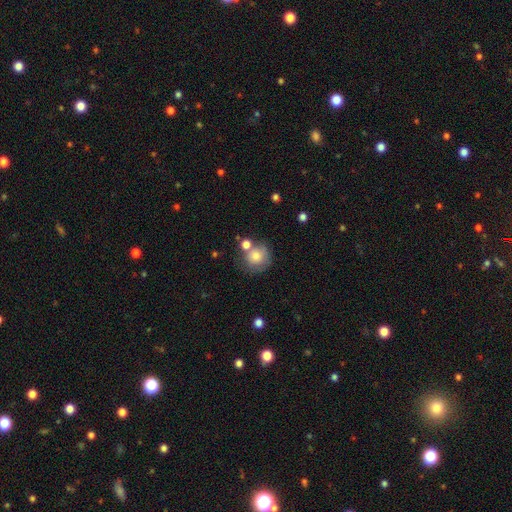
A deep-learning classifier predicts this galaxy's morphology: Smooth or featured: smooth — 75% (featured or disk — 15%)
How rounded: round — 88% (in between — 11%)
Merging: none — 57% (merger — 21%)